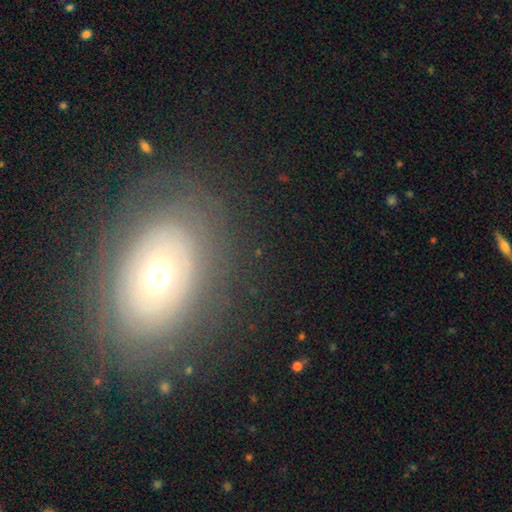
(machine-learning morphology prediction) smooth-or-featured: featured or disk: 62% | smooth: 26% | star or artifact: 12%
  disk-edge-on: no: 94% | yes: 6%
    bar: no: 80% | weak: 14% | strong: 6%
    has-spiral-arms: yes: 54% | no: 46%
    bulge-size: moderate: 66% | small: 23% | large: 9% | dominant: 2% | none: 1%
  merging: none: 79% | minor disturbance: 12% | major disturbance: 7% | merger: 2%